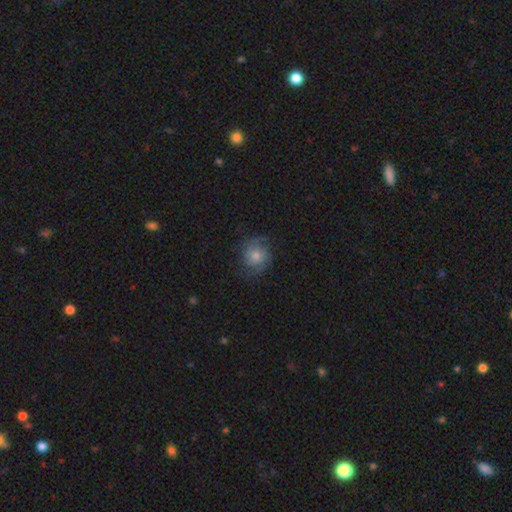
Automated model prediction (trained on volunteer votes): Q: Smooth or featured?
A: featured or disk (63%); runner-up: smooth (28%)
Q: Edge-on disk?
A: no (97%); runner-up: yes (3%)
Q: Bar?
A: no (78%); runner-up: weak (19%)
Q: Spiral arms?
A: yes (92%); runner-up: no (8%)
Q: Spiral winding?
A: medium (44%); runner-up: tight (31%)
Q: Spiral arm count?
A: 2 (70%); runner-up: can't tell (12%)
Q: Bulge size?
A: moderate (48%); runner-up: small (38%)
Q: Merging?
A: none (74%); runner-up: minor disturbance (17%)